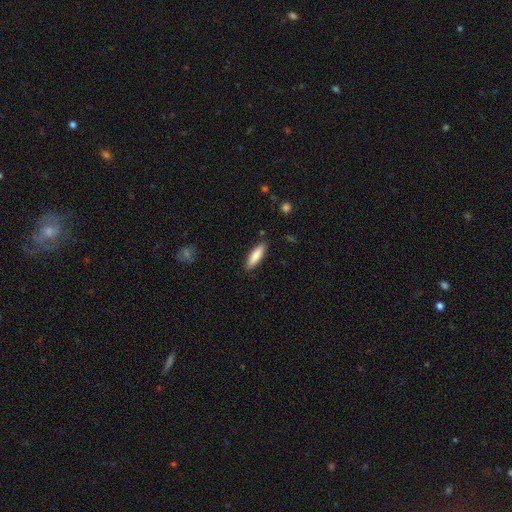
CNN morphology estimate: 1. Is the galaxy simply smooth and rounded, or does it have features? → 84% smooth, 11% featured or disk, 6% star or artifact.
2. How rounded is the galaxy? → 53% cigar-shaped, 46% in between, 1% round.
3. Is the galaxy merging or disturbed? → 86% none, 10% minor disturbance, 2% major disturbance, 2% merger.